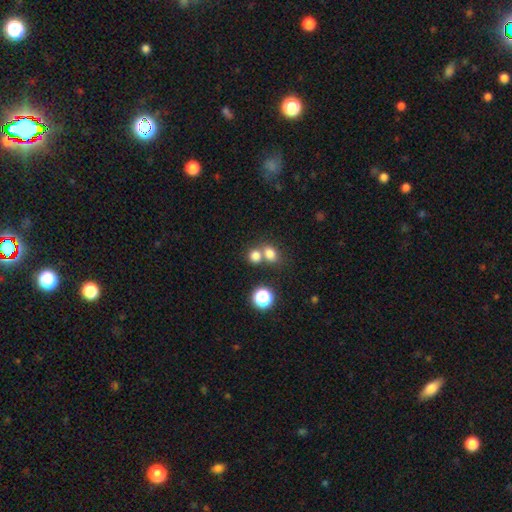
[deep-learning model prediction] smooth_or_featured: smooth (p=0.77) [alt: star or artifact p=0.15]
how_rounded: round (p=0.66) [alt: in between p=0.33]
merging: none (p=0.47) [alt: merger p=0.43]